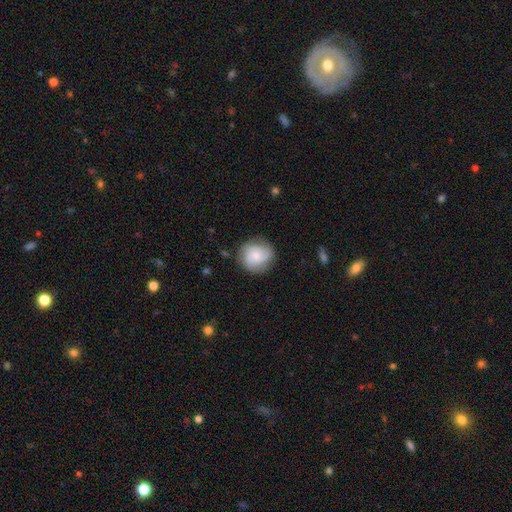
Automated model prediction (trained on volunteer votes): The model was most divided on "smooth or featured": smooth: 56%, featured or disk: 37%, star or artifact: 7%. More confident: how rounded — round (86%); merging — none (77%).